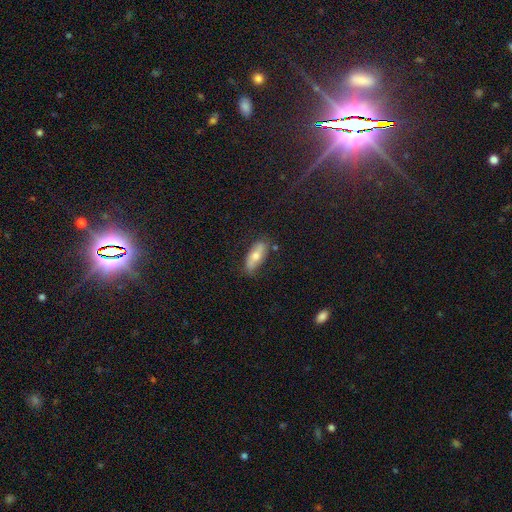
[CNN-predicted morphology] Q: Smooth or featured?
A: smooth (59%); runner-up: featured or disk (33%)
Q: How rounded?
A: in between (69%); runner-up: cigar-shaped (28%)
Q: Merging?
A: none (75%); runner-up: minor disturbance (18%)